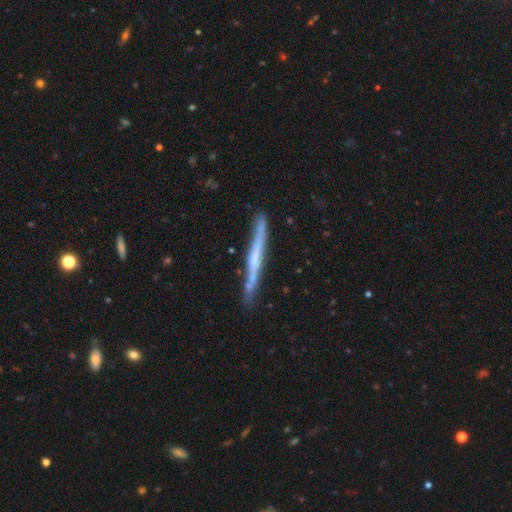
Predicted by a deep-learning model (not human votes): Smooth or featured: featured or disk — 64% (smooth — 30%)
Edge-on disk: yes — 95% (no — 5%)
Edge-on bulge: none — 65% (rounded — 25%)
Merging: none — 82% (minor disturbance — 13%)